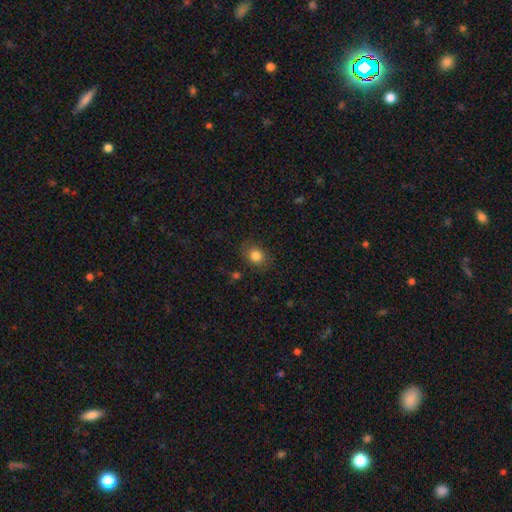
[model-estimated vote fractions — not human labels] The model was most divided on "how rounded": round: 57%, in between: 42%, cigar-shaped: 1%. More confident: smooth or featured — smooth (83%); merging — none (81%).